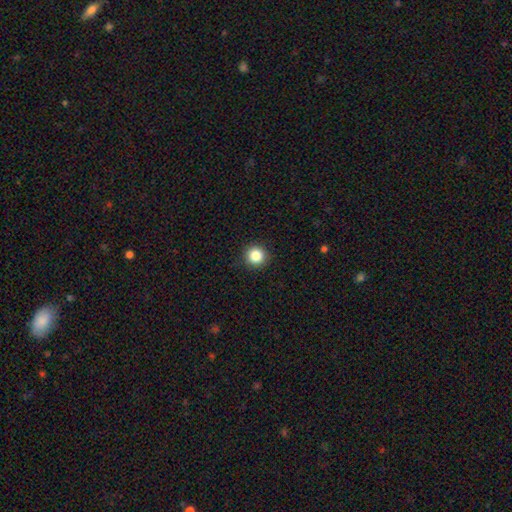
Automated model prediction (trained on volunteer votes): Morphology: type=smooth (85%); roundness=round (95%); merging=none (92%).